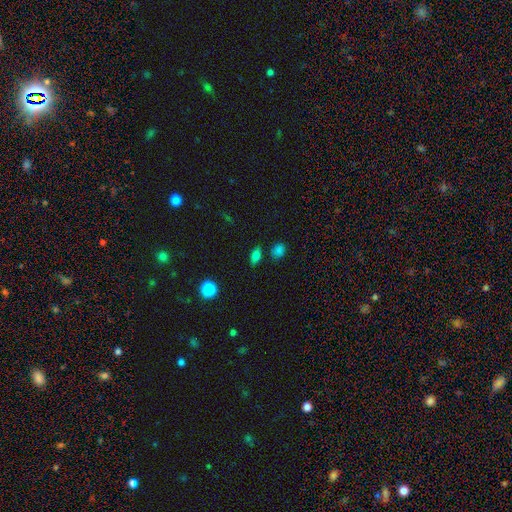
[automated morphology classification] Smooth or featured? smooth (74%)
How rounded? in between (77%)
Merging? none (79%)